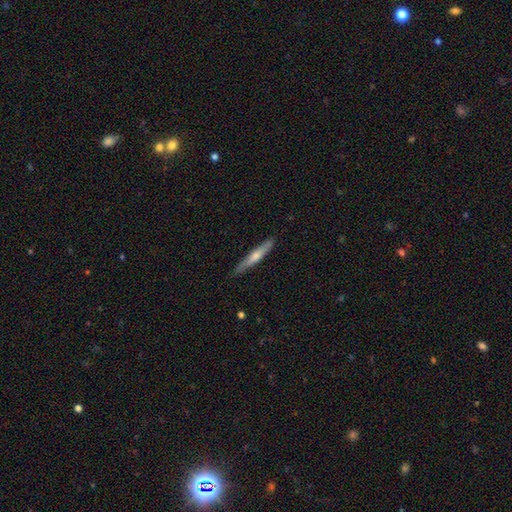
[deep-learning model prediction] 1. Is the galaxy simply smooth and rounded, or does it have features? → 57% featured or disk, 37% smooth, 6% star or artifact.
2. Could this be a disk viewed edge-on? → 95% yes, 5% no.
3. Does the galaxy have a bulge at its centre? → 77% rounded, 19% none, 5% boxy.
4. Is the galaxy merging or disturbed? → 89% none, 9% minor disturbance, 1% major disturbance, 1% merger.